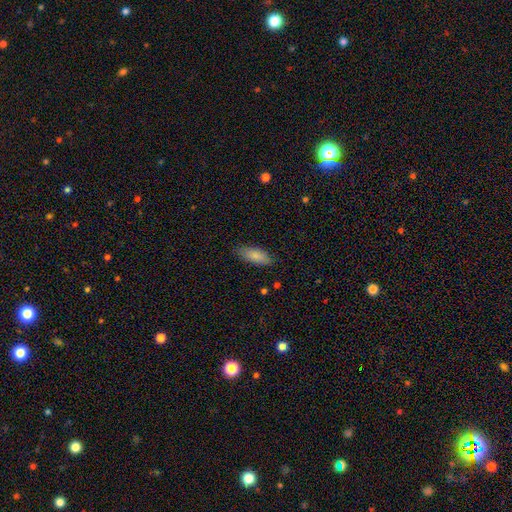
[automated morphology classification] Overall: smooth (84%). How rounded: in between (74%). Merging: none (84%).